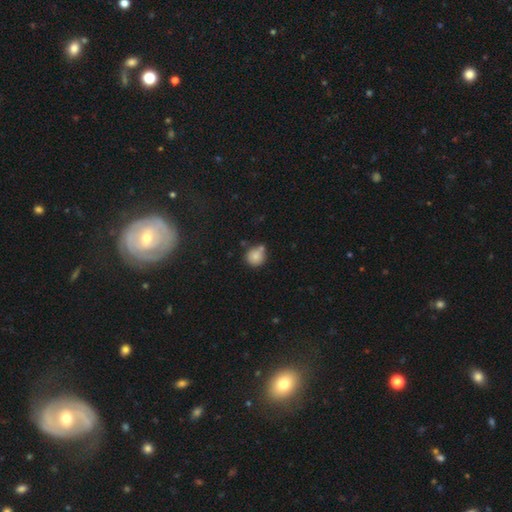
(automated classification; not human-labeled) Smooth or featured: smooth — 83% (star or artifact — 10%)
How rounded: round — 89% (in between — 10%)
Merging: none — 62% (merger — 17%)